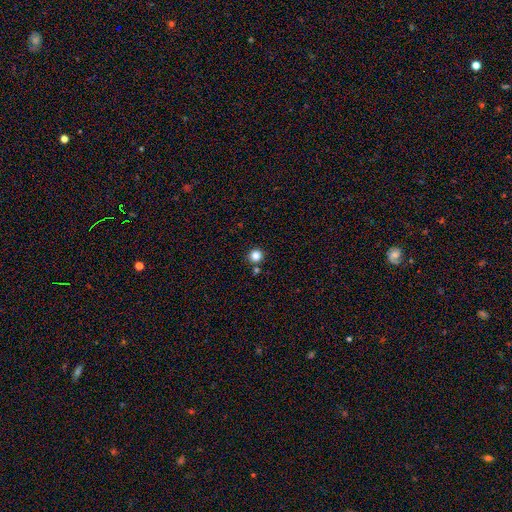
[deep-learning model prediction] This appears to be a smooth galaxy with no disk features (83%) that is round (94%). Merging: none (84%).